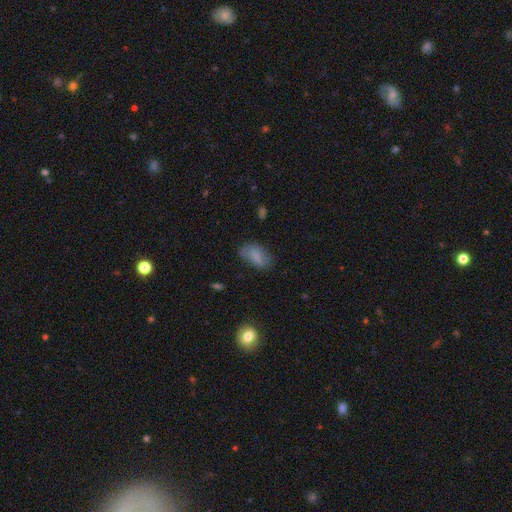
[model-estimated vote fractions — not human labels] Smooth or featured? smooth (78%)
How rounded? in between (91%)
Merging? none (67%)